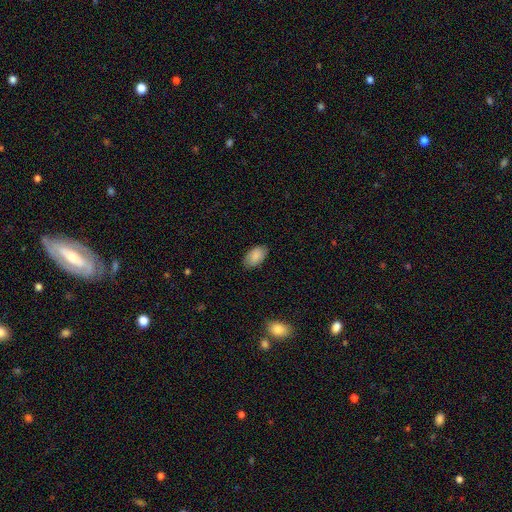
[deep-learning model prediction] A smooth galaxy with no disk features (87%) that is in between round and cigar-shaped (95%).

Vote fractions:
- Smooth or featured? smooth: 87% / featured or disk: 7% / star or artifact: 6%
- How rounded? in between: 95% / round: 4% / cigar-shaped: 2%
- Merging? none: 84% / minor disturbance: 12% / major disturbance: 2% / merger: 1%